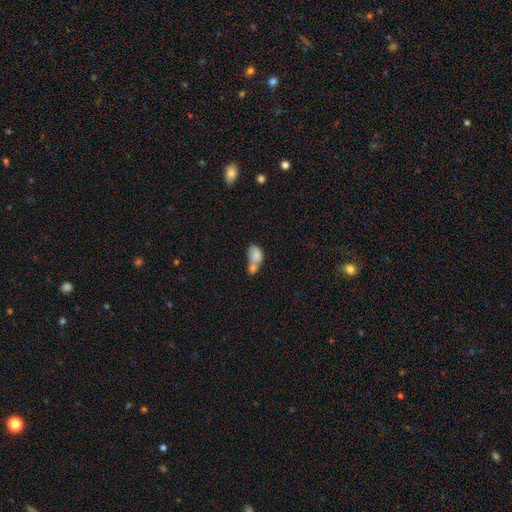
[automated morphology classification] A smooth galaxy with no disk features (74%) that is in between round and cigar-shaped (80%).

Vote fractions:
- Smooth or featured? smooth: 74% / featured or disk: 17% / star or artifact: 9%
- How rounded? in between: 80% / round: 18% / cigar-shaped: 2%
- Merging? merger: 68% / none: 15% / minor disturbance: 9% / major disturbance: 8%